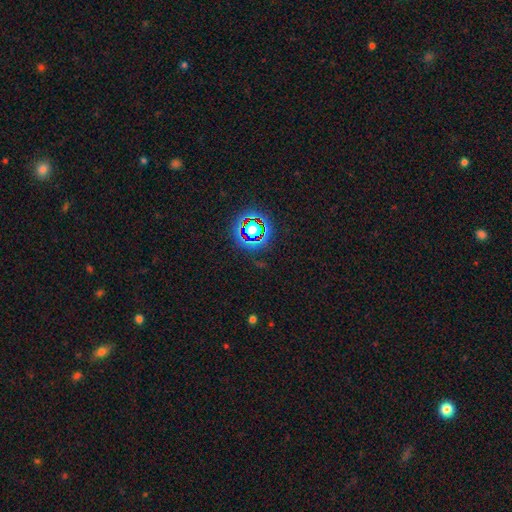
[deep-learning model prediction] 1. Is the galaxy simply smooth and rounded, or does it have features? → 79% star or artifact, 13% smooth, 8% featured or disk.